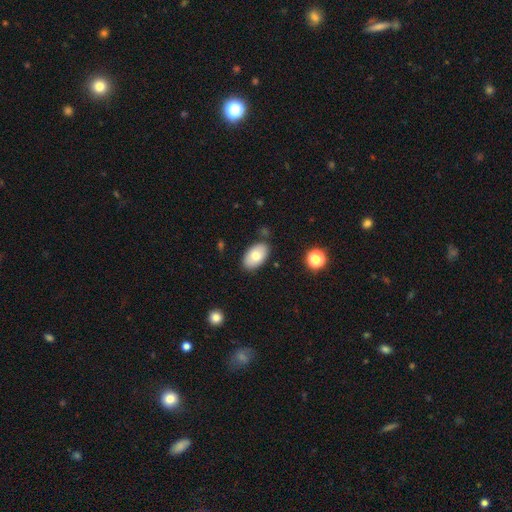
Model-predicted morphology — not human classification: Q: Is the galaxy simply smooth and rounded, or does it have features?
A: smooth — 76%.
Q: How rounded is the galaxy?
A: in between — 94%.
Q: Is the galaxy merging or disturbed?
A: none — 83%.